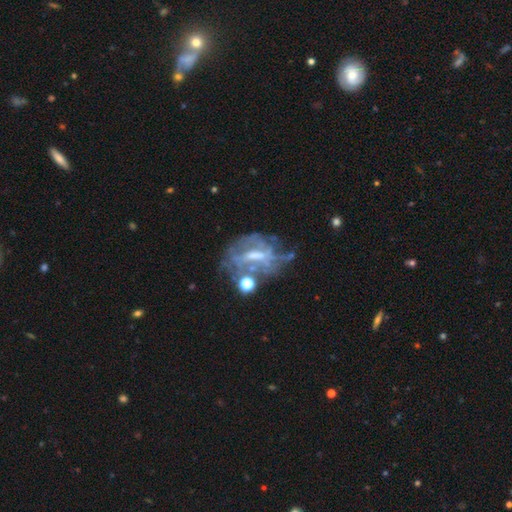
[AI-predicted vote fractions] This is likely a featured or disk galaxy (68%). It is clearly not viewed edge-on (95%). Bar: marginally weak (40%). Spiral arm pattern: possibly no (57%). Central bulge: marginally small (33%). Merging: marginally none (38%).